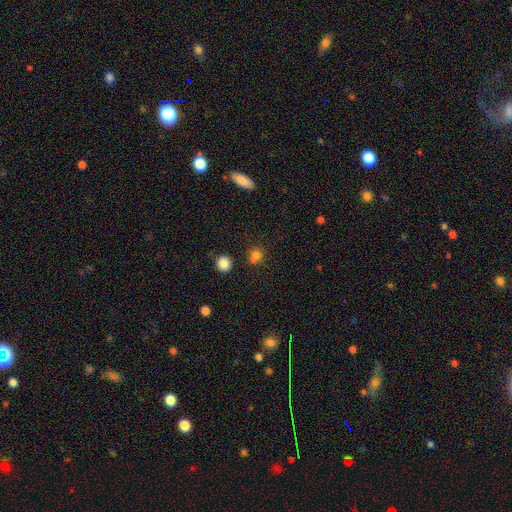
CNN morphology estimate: Smooth or featured: smooth — 73% (star or artifact — 18%)
How rounded: round — 79% (in between — 20%)
Merging: none — 53% (merger — 32%)